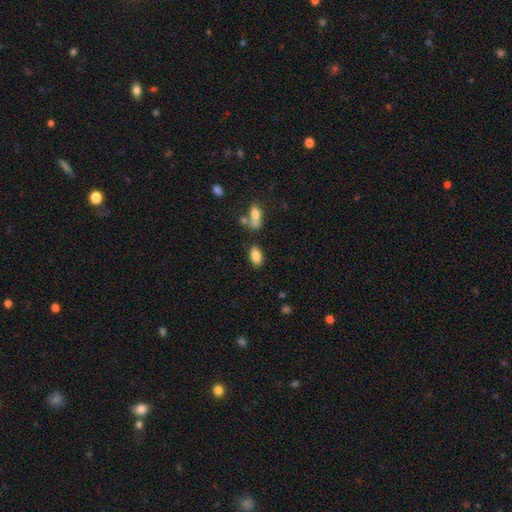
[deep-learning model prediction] Overall: smooth (84%). How rounded: in between (91%). Merging: none (78%).